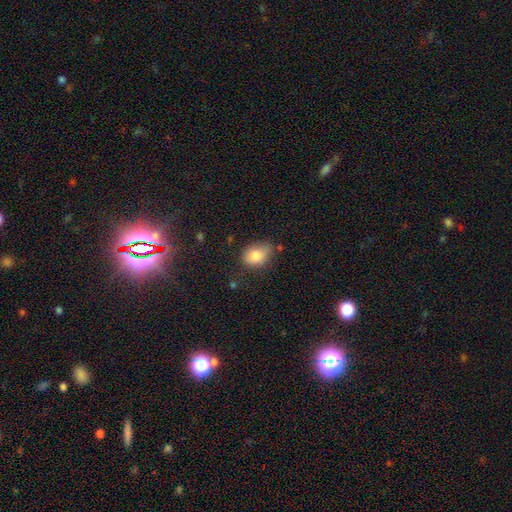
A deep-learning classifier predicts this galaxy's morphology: smooth-or-featured: smooth: 82% | featured or disk: 9% | star or artifact: 9%
  how-rounded: in between: 68% | round: 31% | cigar-shaped: 1%
  merging: none: 58% | minor disturbance: 31% | major disturbance: 7% | merger: 4%